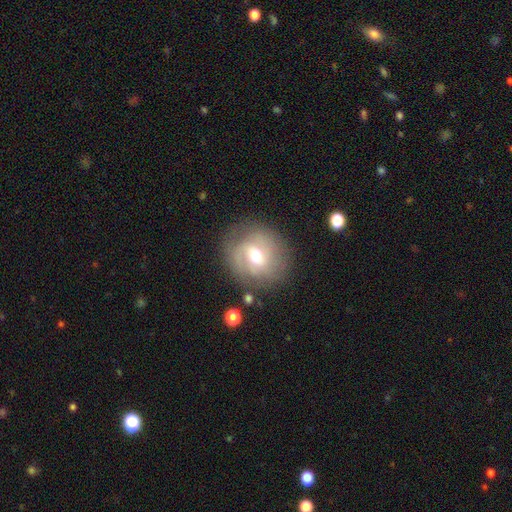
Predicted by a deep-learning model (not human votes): Smooth or featured: featured or disk — 55% (smooth — 36%)
Edge-on disk: no — 96% (yes — 4%)
Bar: weak — 52% (no — 33%)
Spiral arms: yes — 73% (no — 27%)
Bulge size: moderate — 65% (small — 27%)
Merging: none — 75% (minor disturbance — 15%)